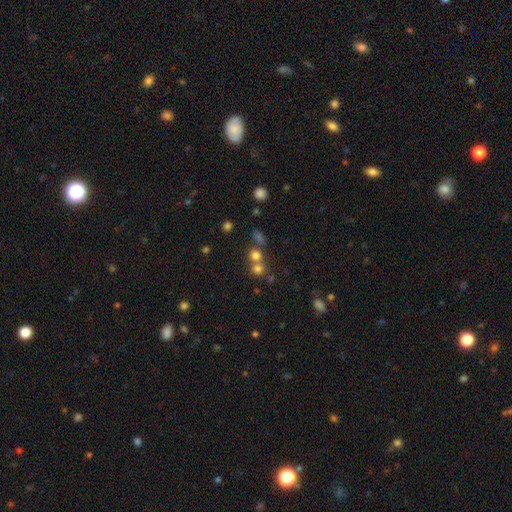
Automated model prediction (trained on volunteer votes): Smooth or featured: smooth — 68% (star or artifact — 21%)
How rounded: round — 85% (in between — 13%)
Merging: none — 47% (merger — 44%)